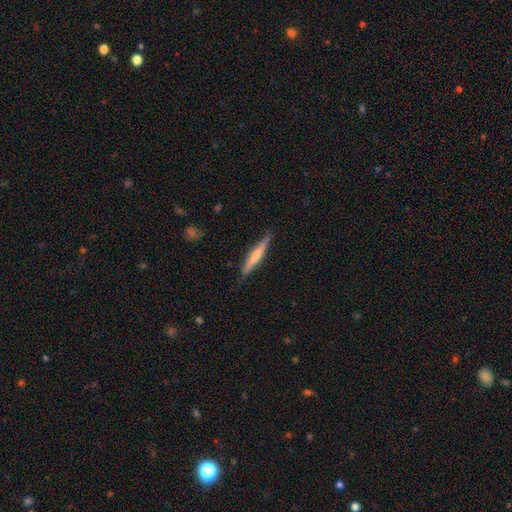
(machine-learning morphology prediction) smooth-or-featured: smooth: 55% | featured or disk: 40% | star or artifact: 5%
  how-rounded: cigar-shaped: 94% | in between: 5% | round: 1%
  merging: none: 87% | minor disturbance: 10% | major disturbance: 2% | merger: 1%